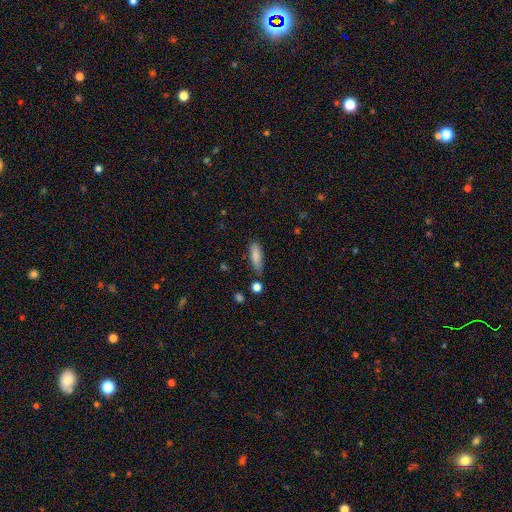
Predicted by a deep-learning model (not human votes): Q: Smooth or featured?
A: smooth (85%); runner-up: featured or disk (8%)
Q: How rounded?
A: in between (54%); runner-up: cigar-shaped (44%)
Q: Merging?
A: none (76%); runner-up: minor disturbance (16%)